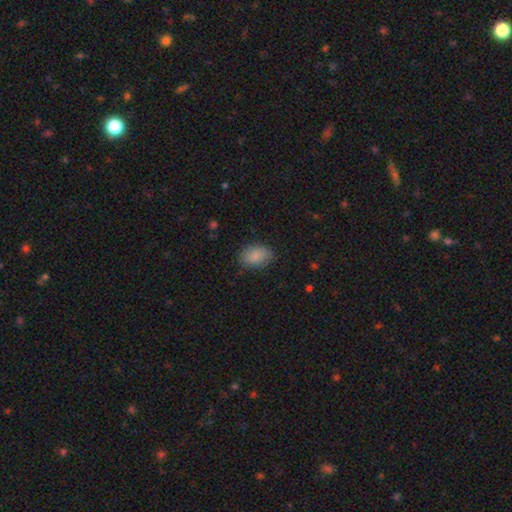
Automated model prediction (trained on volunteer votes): This is clearly a smooth galaxy (85%). How rounded: clearly in between (82%). Merging: clearly none (80%).